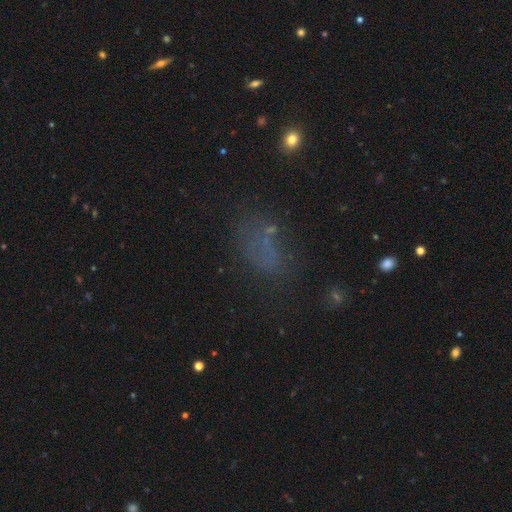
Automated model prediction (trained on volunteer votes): Smooth or featured: smooth — 49% (star or artifact — 30%)
Merging: none — 56% (minor disturbance — 19%)